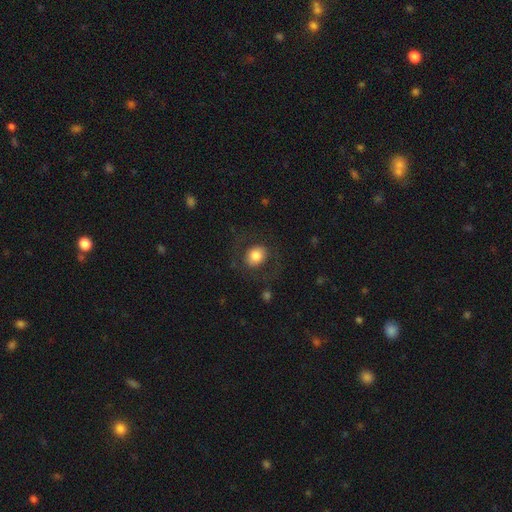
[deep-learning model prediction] Smooth or featured?
  - smooth: 74% *
  - featured or disk: 18%
  - star or artifact: 8%
How rounded?
  - round: 60% *
  - in between: 39%
  - cigar-shaped: 1%
Merging?
  - none: 73% *
  - minor disturbance: 13%
  - major disturbance: 12%
  - merger: 2%